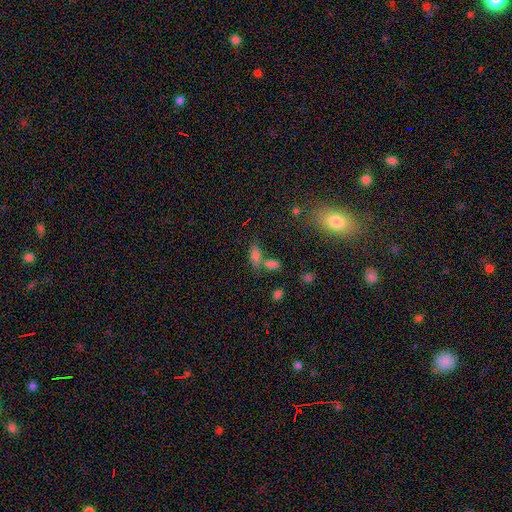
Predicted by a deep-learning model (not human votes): This appears to be a smooth galaxy with no disk features (73%) that is in between round and cigar-shaped (82%). Merging: none (46%).